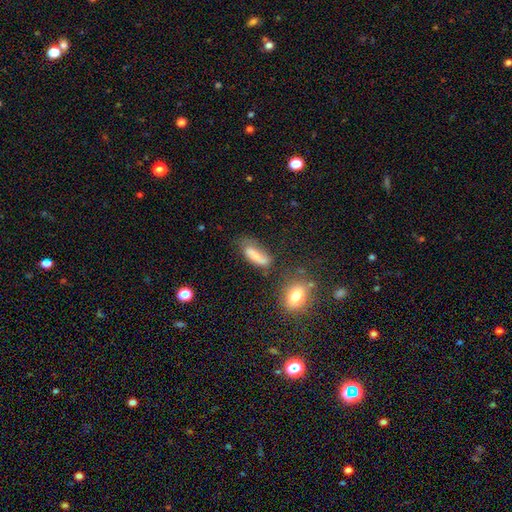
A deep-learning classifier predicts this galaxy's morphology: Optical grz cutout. It shows a smooth galaxy with no disk features (72%) that is in between round and cigar-shaped (64%). Merging: none (46%).